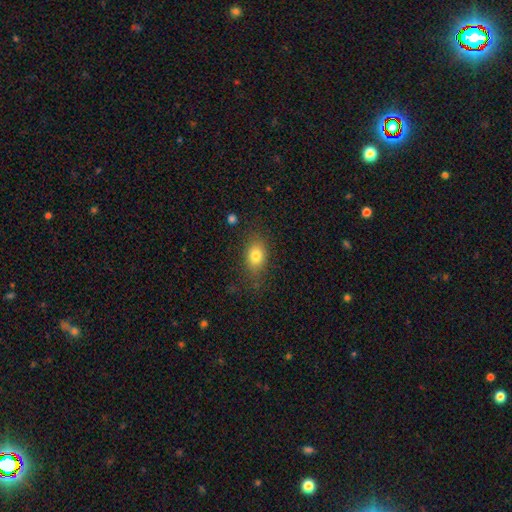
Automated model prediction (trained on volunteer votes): Smooth or featured: smooth — 79% (featured or disk — 10%)
How rounded: in between — 74% (round — 24%)
Merging: none — 75% (minor disturbance — 17%)